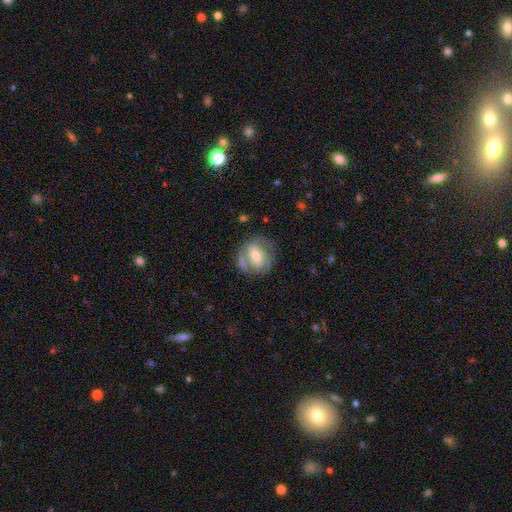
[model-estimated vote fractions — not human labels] Smooth or featured?
  - featured or disk: 66% *
  - smooth: 27%
  - star or artifact: 6%
Edge-on disk?
  - no: 95% *
  - yes: 5%
Bar?
  - weak: 41% *
  - strong: 31%
  - no: 28%
Spiral arms?
  - yes: 72% *
  - no: 28%
Bulge size?
  - moderate: 63% *
  - small: 27%
  - large: 8%
  - none: 1%
  - dominant: 1%
Merging?
  - none: 62% *
  - minor disturbance: 20%
  - major disturbance: 11%
  - merger: 7%